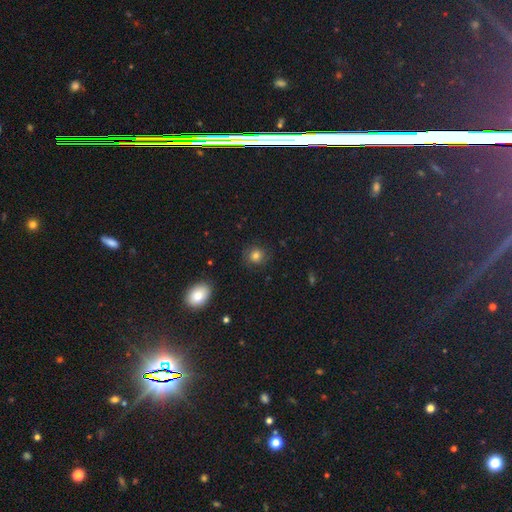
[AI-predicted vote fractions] Smooth or featured?
  - smooth: 68% *
  - featured or disk: 17%
  - star or artifact: 15%
How rounded?
  - round: 83% *
  - in between: 16%
  - cigar-shaped: 1%
Merging?
  - none: 79% *
  - minor disturbance: 14%
  - major disturbance: 6%
  - merger: 1%